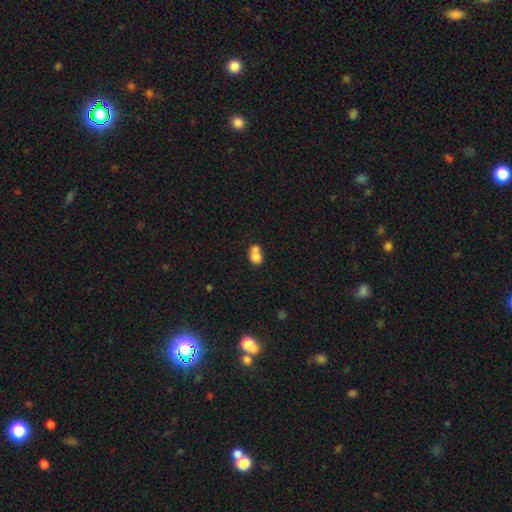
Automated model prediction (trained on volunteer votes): Q: Smooth or featured?
A: smooth (77%); runner-up: featured or disk (13%)
Q: How rounded?
A: in between (62%); runner-up: round (36%)
Q: Merging?
A: merger (57%); runner-up: none (25%)